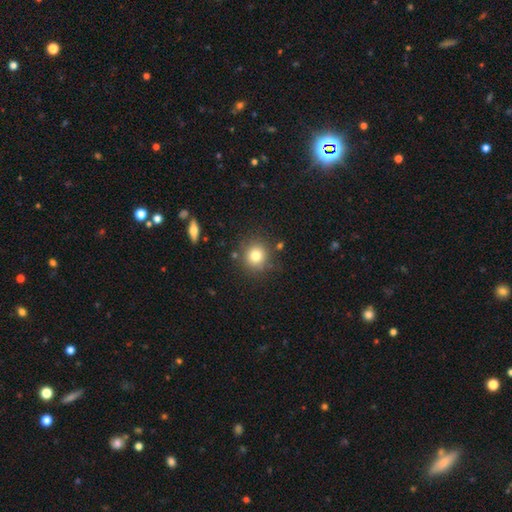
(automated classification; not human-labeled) smooth 80%, star or artifact 11%, featured or disk 9%. Down the decision tree: how rounded — round (89%); merging — none (84%).